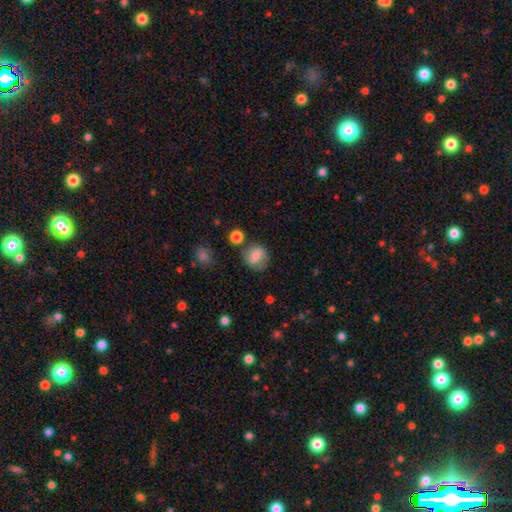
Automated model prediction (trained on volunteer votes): Morphology: type=smooth (76%); roundness=round (80%); merging=none (71%).